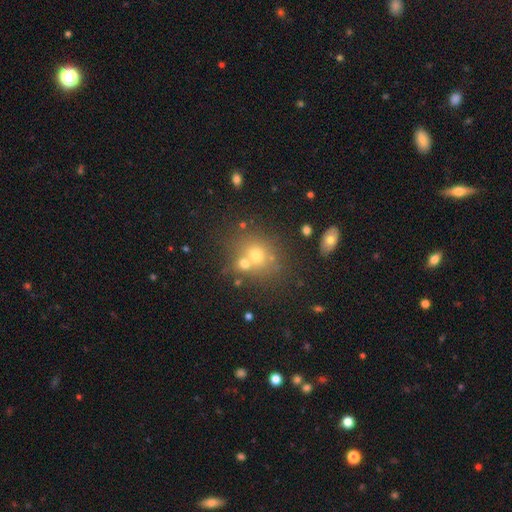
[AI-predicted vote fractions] smooth-or-featured: smooth: 63% | star or artifact: 19% | featured or disk: 18%
  how-rounded: round: 75% | in between: 24% | cigar-shaped: 1%
  merging: none: 51% | merger: 36% | minor disturbance: 9% | major disturbance: 4%